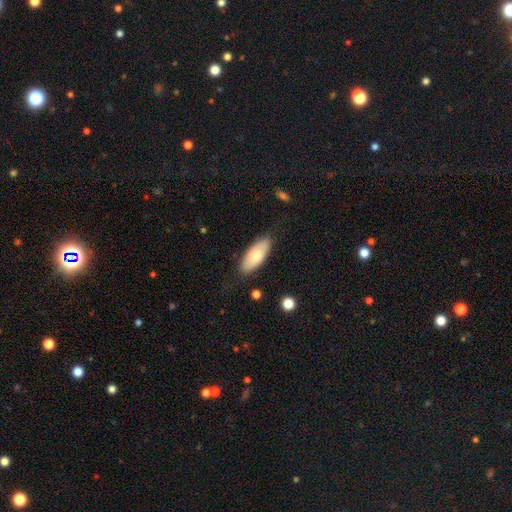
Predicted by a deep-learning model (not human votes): smooth-or-featured: smooth: 74% | featured or disk: 20% | star or artifact: 6%
  how-rounded: in between: 84% | cigar-shaped: 14% | round: 2%
  merging: none: 83% | minor disturbance: 13% | major disturbance: 3% | merger: 1%